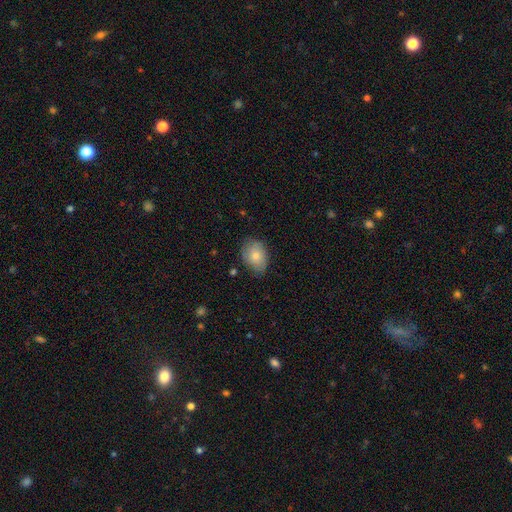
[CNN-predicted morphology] A smooth galaxy with no disk features (79%) that is in between round and cigar-shaped (77%). Merging: none (75%).